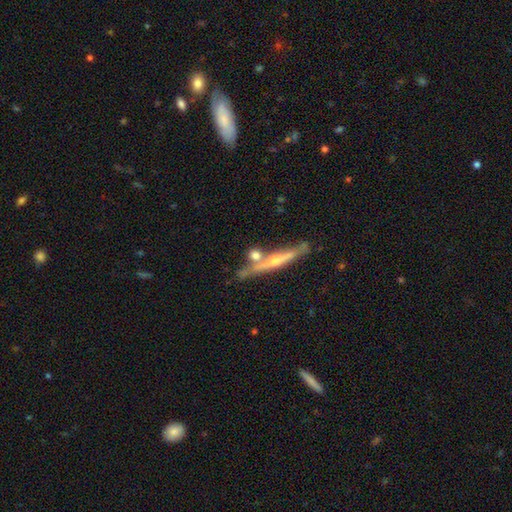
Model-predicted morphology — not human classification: A featured or disk galaxy (53%) viewed edge-on (89%). Merging: none (61%).